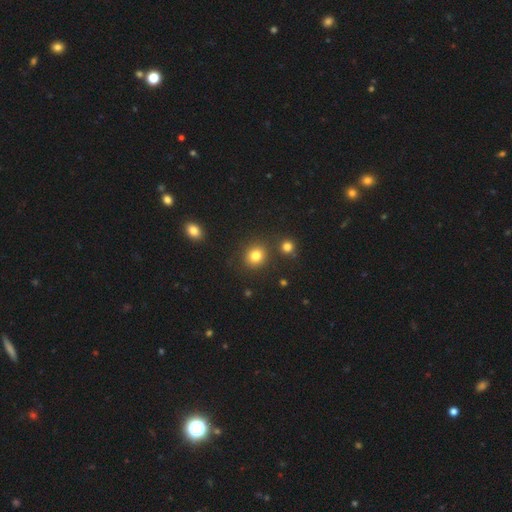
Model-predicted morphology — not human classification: This appears to be a smooth galaxy with no disk features (82%) that is round (81%). Merging: none (83%).